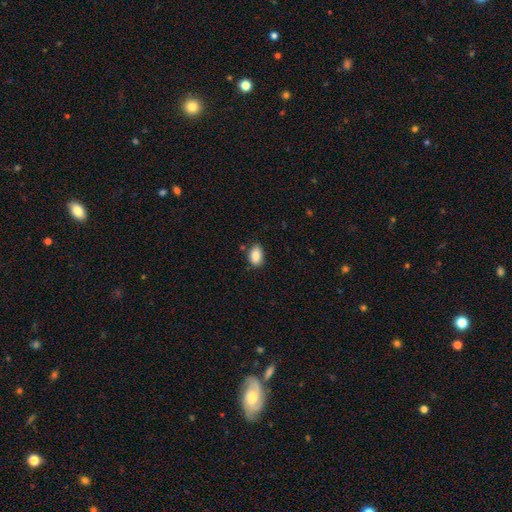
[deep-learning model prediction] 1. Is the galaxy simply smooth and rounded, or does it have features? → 88% smooth, 8% star or artifact, 4% featured or disk.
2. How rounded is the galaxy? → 86% in between, 13% round, 1% cigar-shaped.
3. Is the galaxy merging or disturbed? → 80% none, 15% minor disturbance, 3% major disturbance, 3% merger.